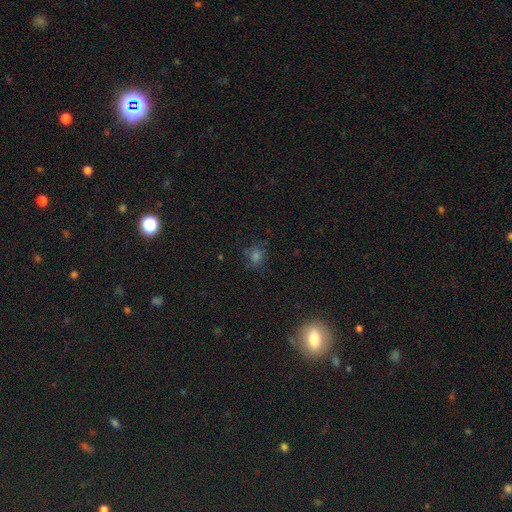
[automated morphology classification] A smooth galaxy with no disk features (57%) that is round (71%). Merging: none (76%).